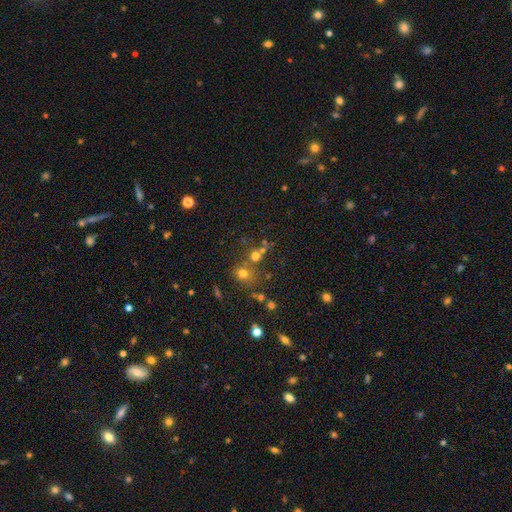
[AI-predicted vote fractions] The model was most divided on "merging": none: 56%, merger: 31%, minor disturbance: 8%, major disturbance: 5%. More confident: how rounded — round (84%); smooth or featured — smooth (62%).